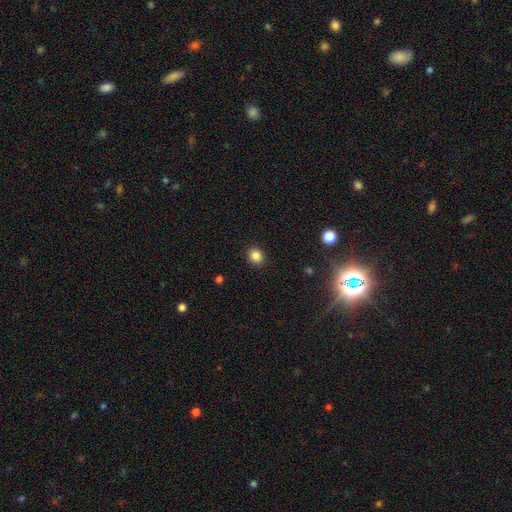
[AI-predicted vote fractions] This is clearly a smooth galaxy (85%). How rounded: likely round (72%). Merging: clearly none (90%).